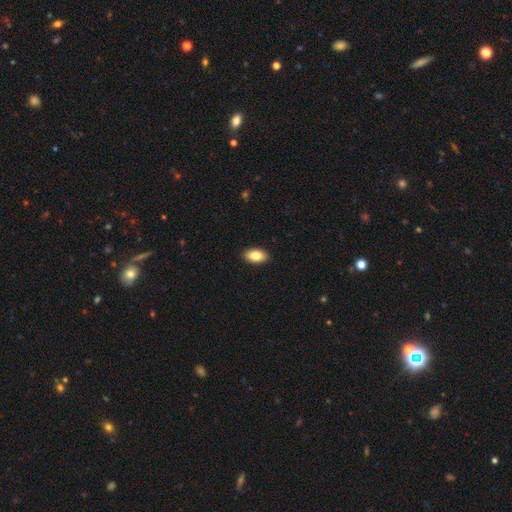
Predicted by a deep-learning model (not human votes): smooth 84%, featured or disk 9%, star or artifact 7%. Down the decision tree: how rounded — in between (93%); merging — none (91%).